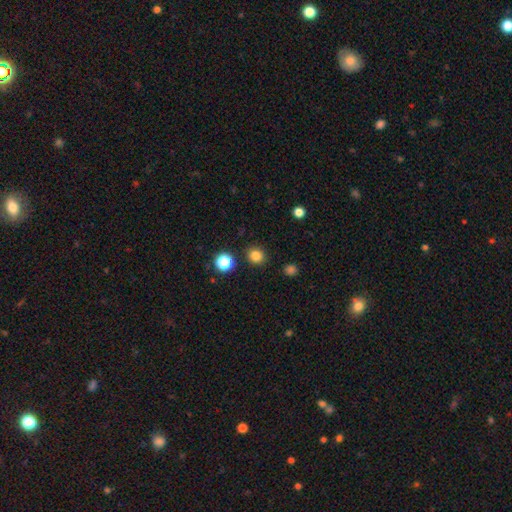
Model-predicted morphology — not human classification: This is clearly a smooth galaxy (83%). How rounded: clearly round (90%). Merging: clearly none (90%).